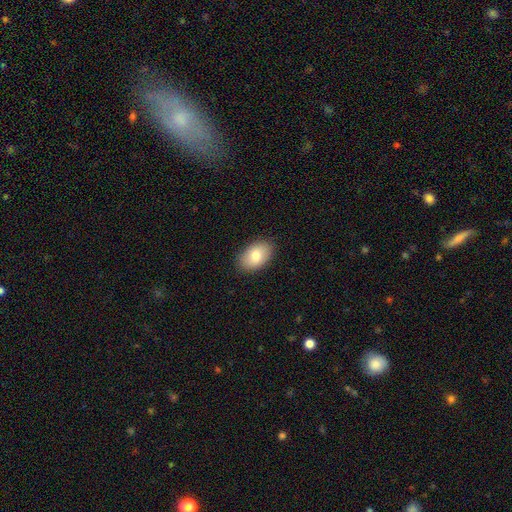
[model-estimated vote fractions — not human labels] smooth-or-featured: smooth: 81% | featured or disk: 12% | star or artifact: 7%
  how-rounded: in between: 89% | round: 9% | cigar-shaped: 1%
  merging: none: 87% | minor disturbance: 10% | major disturbance: 2% | merger: 1%